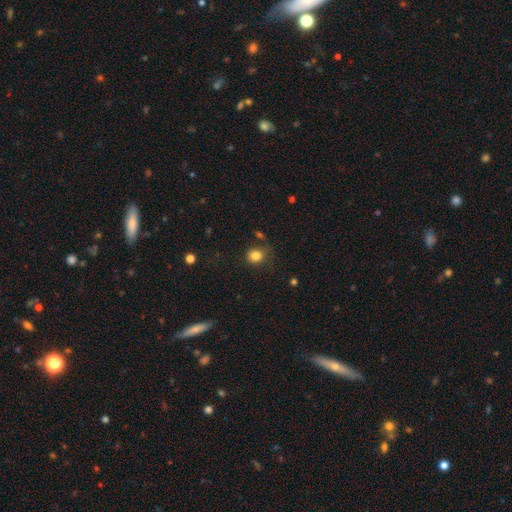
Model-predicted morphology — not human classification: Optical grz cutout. It shows a smooth galaxy with no disk features (83%) that is round (72%). Merging: none (70%).